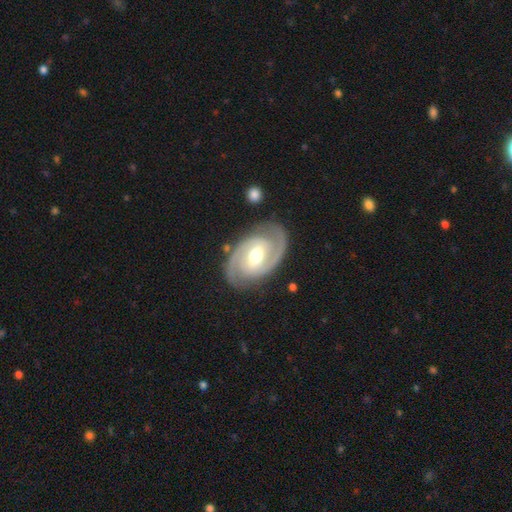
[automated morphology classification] Smooth or featured? featured or disk (91%)
Edge-on disk? no (97%)
Bar? weak (47%)
Spiral arms? yes (98%)
Spiral winding? tight (50%)
Spiral arm count? 2 (93%)
Bulge size? moderate (72%)
Merging? none (85%)